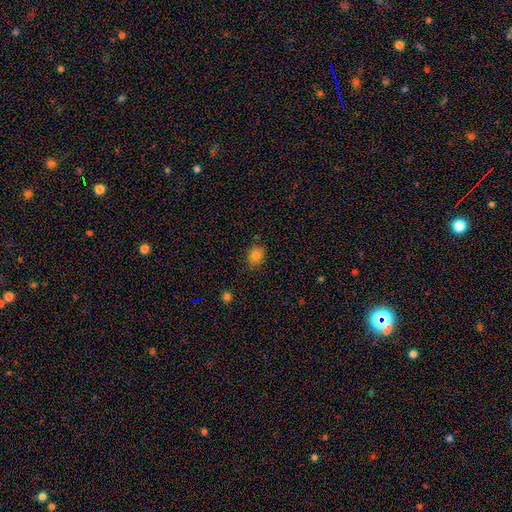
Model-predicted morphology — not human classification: Smooth or featured?
  - smooth: 83% *
  - star or artifact: 11%
  - featured or disk: 6%
How rounded?
  - in between: 62% *
  - round: 37%
  - cigar-shaped: 1%
Merging?
  - none: 82% *
  - minor disturbance: 13%
  - major disturbance: 3%
  - merger: 2%